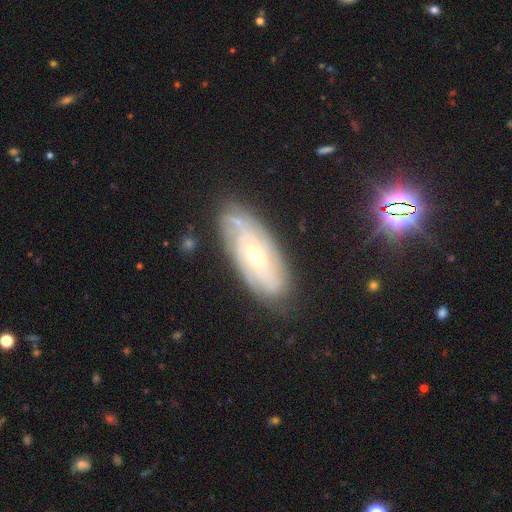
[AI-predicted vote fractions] Smooth or featured? featured or disk (78%)
Edge-on disk? no (88%)
Bar? no (67%)
Spiral arms? yes (93%)
Spiral winding? tight (73%)
Spiral arm count? can't tell (46%)
Bulge size? small (57%)
Merging? none (78%)